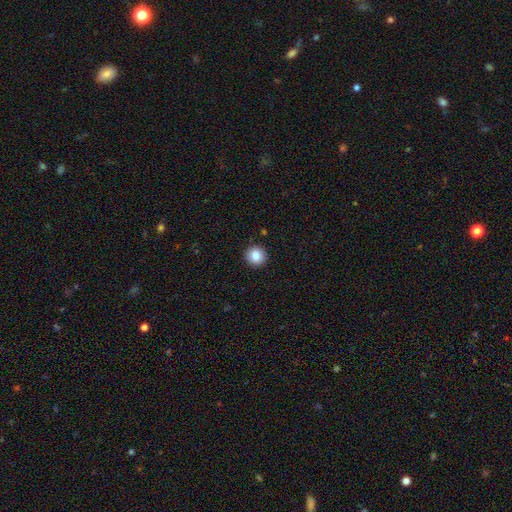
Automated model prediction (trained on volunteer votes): This appears to be a smooth galaxy with no disk features (86%) that is round (95%). Merging: none (92%).